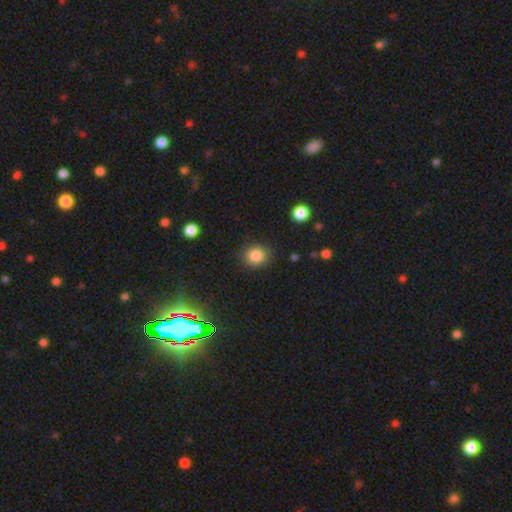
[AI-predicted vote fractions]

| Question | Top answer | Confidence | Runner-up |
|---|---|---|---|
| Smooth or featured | smooth | 84% | star or artifact (11%) |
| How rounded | round | 75% | in between (24%) |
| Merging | none | 87% | minor disturbance (8%) |